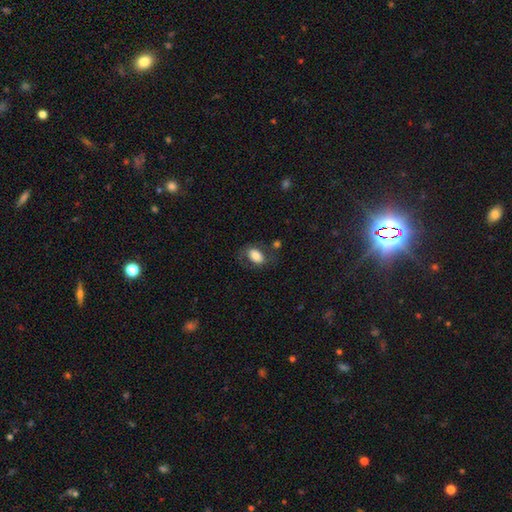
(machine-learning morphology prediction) The model was most divided on "merging": none: 58%, minor disturbance: 22%, major disturbance: 15%, merger: 5%. More confident: how rounded — in between (88%); smooth or featured — smooth (71%).